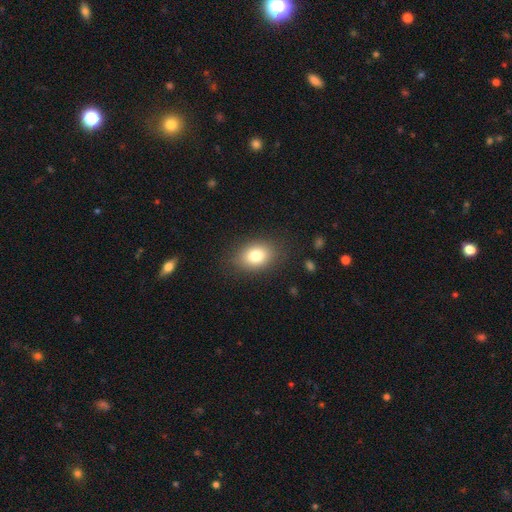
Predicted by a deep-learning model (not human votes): Smooth or featured?
  - smooth: 80% *
  - featured or disk: 11%
  - star or artifact: 10%
How rounded?
  - in between: 76% *
  - round: 23%
  - cigar-shaped: 1%
Merging?
  - none: 84% *
  - minor disturbance: 11%
  - major disturbance: 4%
  - merger: 1%